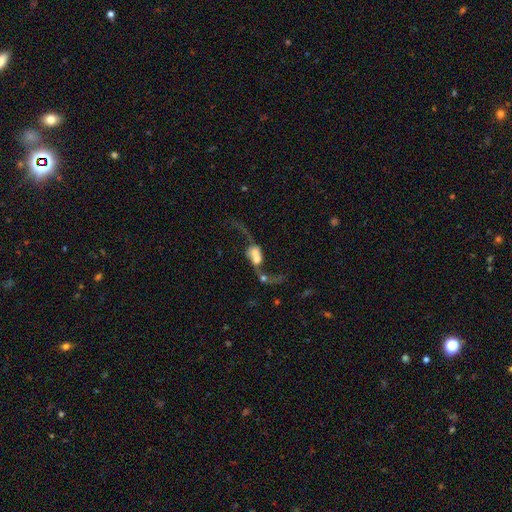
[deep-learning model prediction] Smooth or featured?
  - featured or disk: 59% *
  - smooth: 31%
  - star or artifact: 10%
Edge-on disk?
  - no: 93% *
  - yes: 7%
Bar?
  - no: 70% *
  - weak: 21%
  - strong: 9%
Spiral arms?
  - yes: 64% *
  - no: 36%
Bulge size?
  - moderate: 27% *
  - large: 25%
  - small: 19%
  - none: 17%
  - dominant: 12%
Merging?
  - merger: 71% *
  - major disturbance: 14%
  - none: 10%
  - minor disturbance: 5%